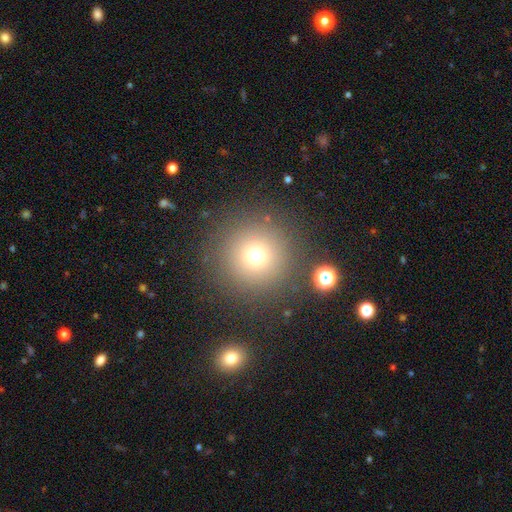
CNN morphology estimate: Smooth or featured?
  - smooth: 70% *
  - star or artifact: 21%
  - featured or disk: 9%
How rounded?
  - round: 96% *
  - in between: 3%
  - cigar-shaped: 1%
Merging?
  - none: 85% *
  - minor disturbance: 7%
  - merger: 4%
  - major disturbance: 4%